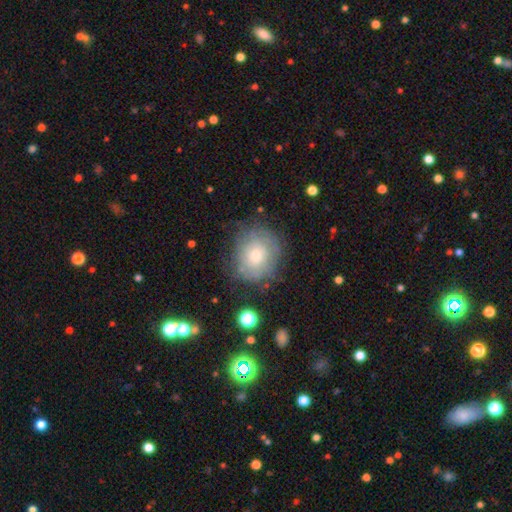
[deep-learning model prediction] Q: Smooth or featured?
A: smooth (51%); runner-up: featured or disk (39%)
Q: How rounded?
A: round (78%); runner-up: in between (21%)
Q: Merging?
A: none (73%); runner-up: minor disturbance (18%)